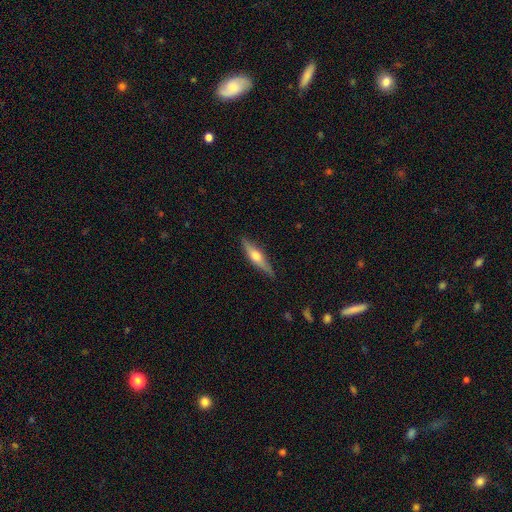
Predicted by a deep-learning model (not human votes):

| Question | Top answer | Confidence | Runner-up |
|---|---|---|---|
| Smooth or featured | featured or disk | 59% | smooth (35%) |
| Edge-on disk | yes | 94% | no (6%) |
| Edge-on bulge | rounded | 91% | boxy (5%) |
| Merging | none | 86% | minor disturbance (11%) |